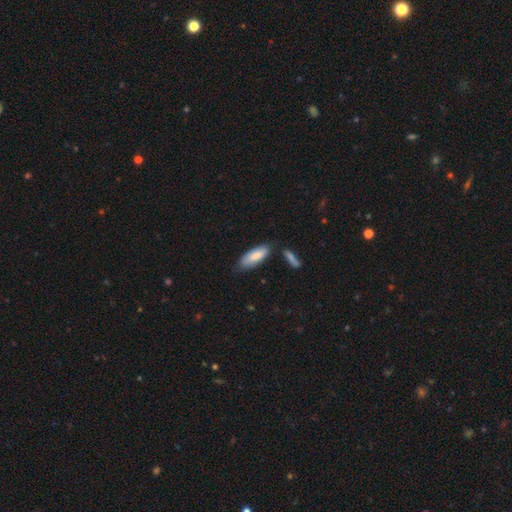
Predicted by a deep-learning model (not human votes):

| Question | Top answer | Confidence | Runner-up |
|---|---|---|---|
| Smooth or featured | smooth | 82% | featured or disk (12%) |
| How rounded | in between | 67% | cigar-shaped (31%) |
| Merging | none | 67% | minor disturbance (20%) |